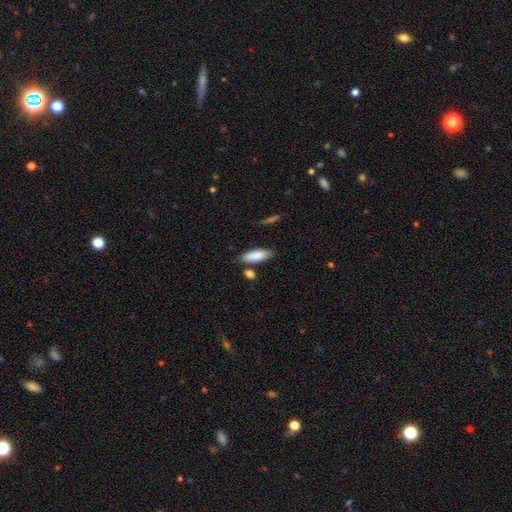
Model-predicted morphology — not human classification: Smooth or featured: smooth — 86% (featured or disk — 8%)
How rounded: in between — 68% (cigar-shaped — 30%)
Merging: none — 76% (minor disturbance — 13%)